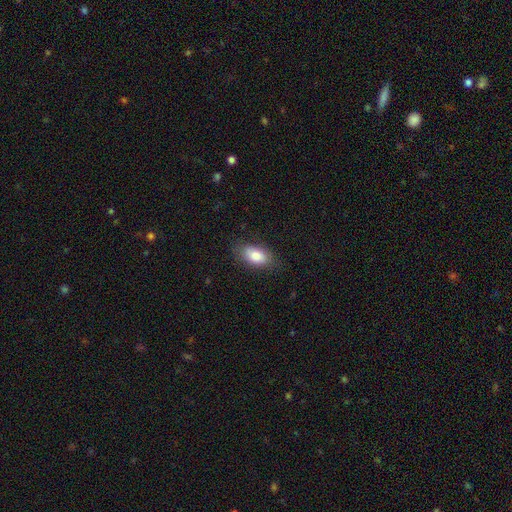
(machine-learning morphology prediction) smooth_or_featured: smooth (p=0.82) [alt: featured or disk p=0.11]
how_rounded: in between (p=0.90) [alt: round p=0.05]
merging: none (p=0.80) [alt: minor disturbance p=0.15]